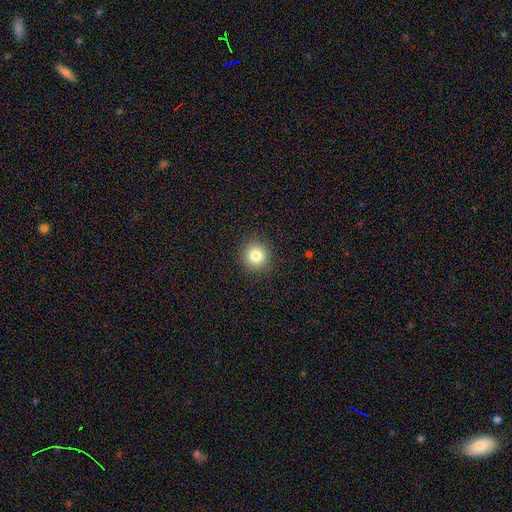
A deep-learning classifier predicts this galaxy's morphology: Smooth or featured?
  - smooth: 82% *
  - star or artifact: 11%
  - featured or disk: 7%
How rounded?
  - round: 93% *
  - in between: 6%
  - cigar-shaped: 1%
Merging?
  - none: 90% *
  - minor disturbance: 6%
  - major disturbance: 2%
  - merger: 1%